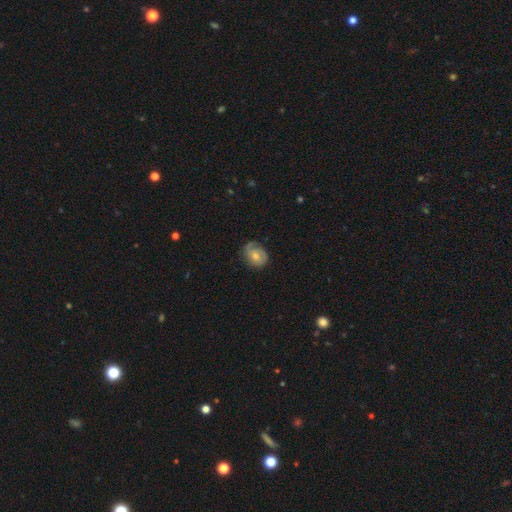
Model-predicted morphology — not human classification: The model was most divided on "bulge size": moderate: 52%, small: 43%, large: 2%, none: 2%, dominant: 1%. More confident: edge-on disk — no (97%); spiral arms — yes (80%); bar — no (74%); merging — none (61%); smooth or featured — featured or disk (55%).